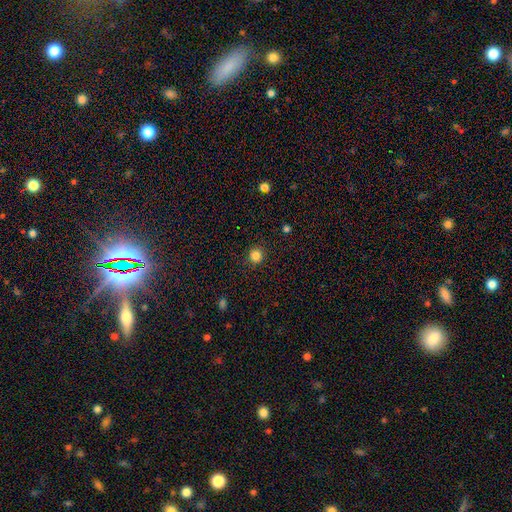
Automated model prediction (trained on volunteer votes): A smooth galaxy with no disk features (84%) that is round (93%).

Vote fractions:
- Smooth or featured? smooth: 84% / star or artifact: 12% / featured or disk: 4%
- How rounded? round: 93% / in between: 6% / cigar-shaped: 1%
- Merging? none: 90% / minor disturbance: 7% / major disturbance: 2% / merger: 1%